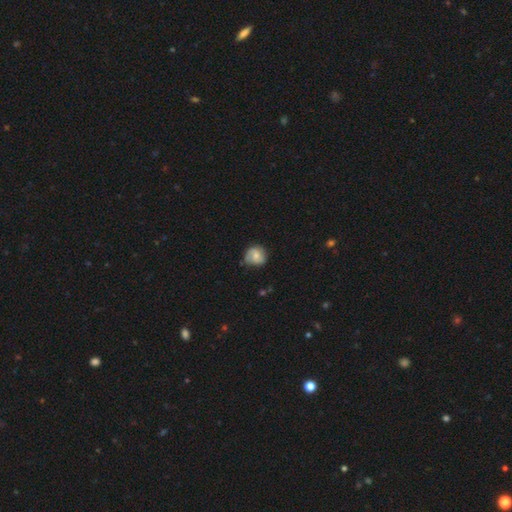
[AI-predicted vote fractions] A smooth galaxy with no disk features (54%) that is round (81%). Merging: none (68%).